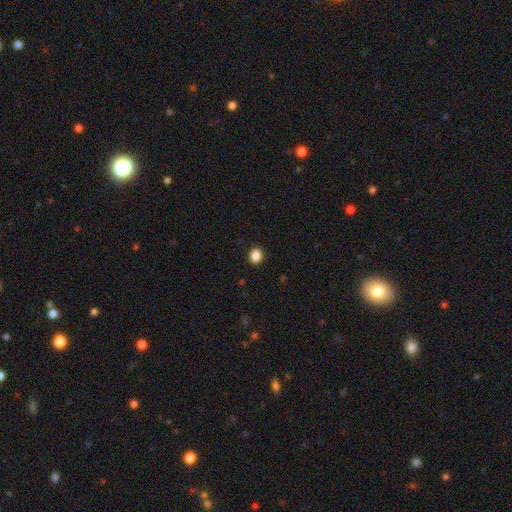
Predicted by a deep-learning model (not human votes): Overall: smooth (87%). How rounded: round (57%; in between 42%). Merging: none (91%).